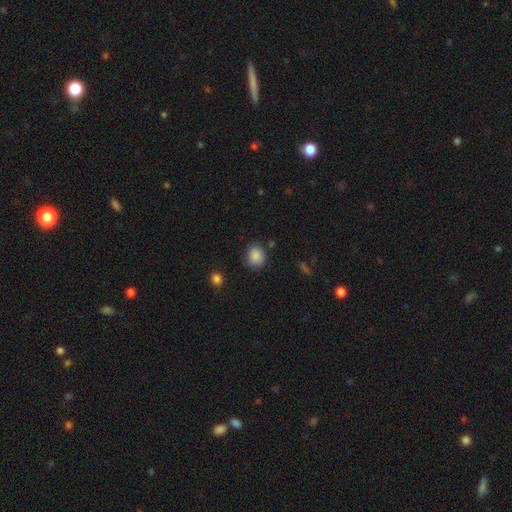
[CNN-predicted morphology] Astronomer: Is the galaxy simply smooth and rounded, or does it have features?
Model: smooth — 87%.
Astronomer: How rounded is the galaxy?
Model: round — 68%.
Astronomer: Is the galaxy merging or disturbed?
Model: none — 79%.